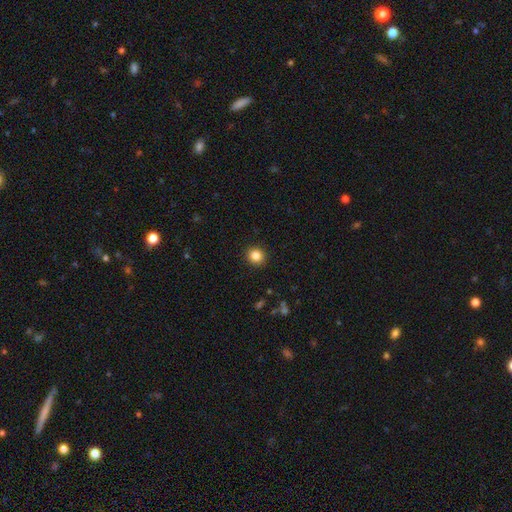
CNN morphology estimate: A smooth galaxy with no disk features (84%) that is round (90%). Merging: none (92%).